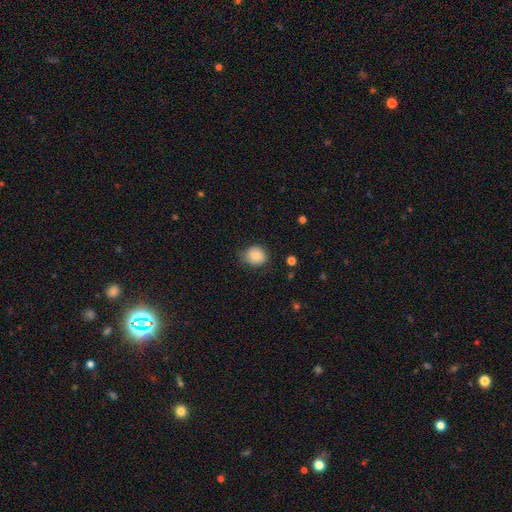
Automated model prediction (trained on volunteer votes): The model was most divided on "how rounded": round: 74%, in between: 25%, cigar-shaped: 1%. More confident: smooth or featured — smooth (85%); merging — none (73%).